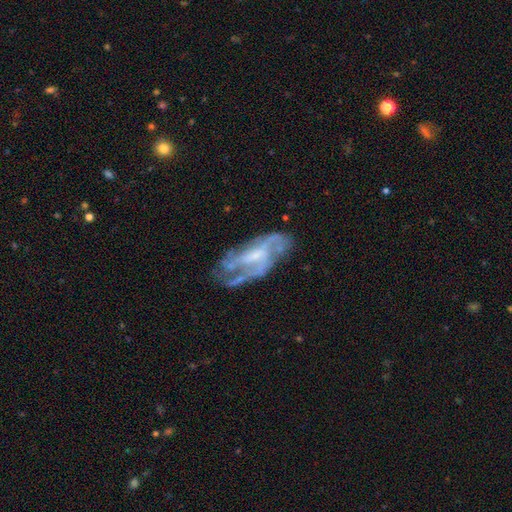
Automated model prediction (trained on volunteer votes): This appears to be a featured or disk galaxy (81%) with a weak bar (43%), medium (45%) spiral arms (85%) and a small central bulge (40%). Merging: none (57%).